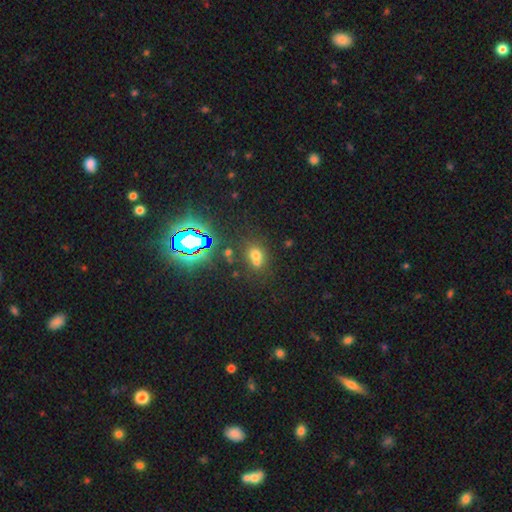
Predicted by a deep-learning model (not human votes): Smooth or featured? smooth (57%)
How rounded? round (62%)
Merging? none (46%)